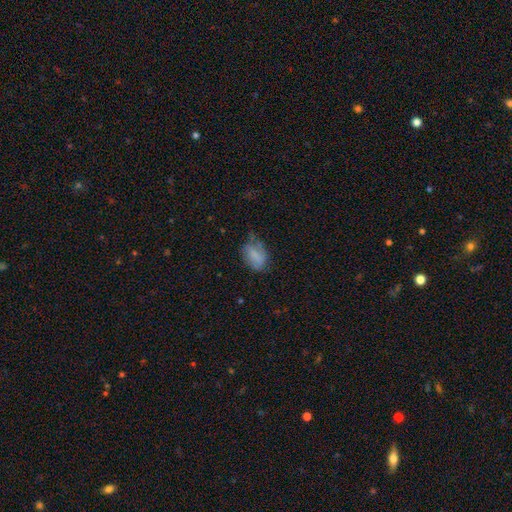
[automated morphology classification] A smooth galaxy with no disk features (74%) that is in between round and cigar-shaped (84%).

Vote fractions:
- Smooth or featured? smooth: 74% / featured or disk: 16% / star or artifact: 9%
- How rounded? in between: 84% / round: 14% / cigar-shaped: 2%
- Merging? none: 42% / minor disturbance: 38% / major disturbance: 18% / merger: 3%